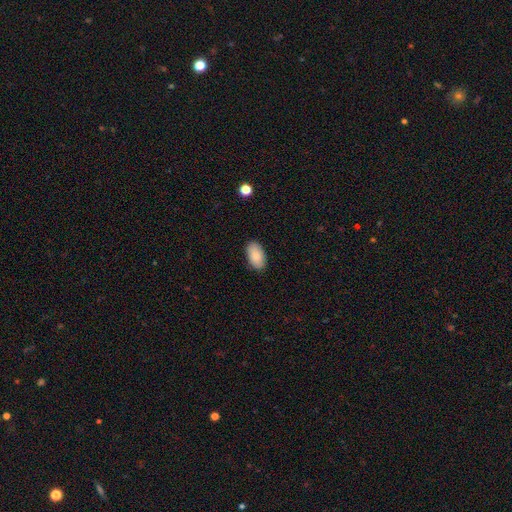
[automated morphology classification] A smooth galaxy with no disk features (87%) that is in between round and cigar-shaped (95%). Merging: none (88%).